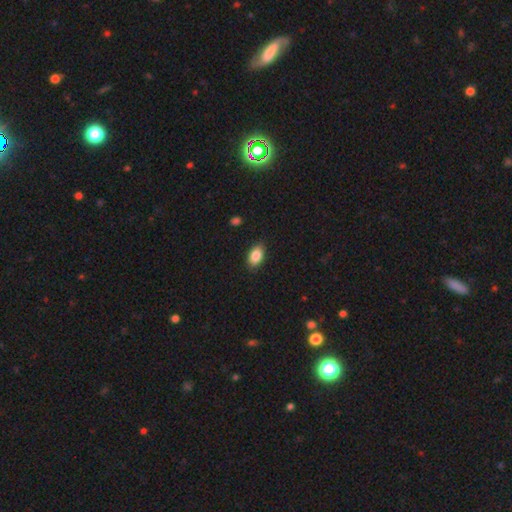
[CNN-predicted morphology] Smooth or featured? Predicted: smooth (p=0.87). How rounded? Predicted: in between (p=0.91). Merging? Predicted: none (p=0.86).